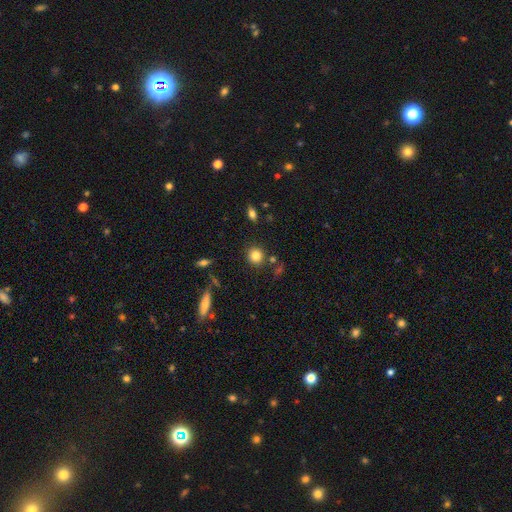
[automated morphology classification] A smooth galaxy with no disk features (83%) that is round (88%).

Vote fractions:
- Smooth or featured? smooth: 83% / star or artifact: 11% / featured or disk: 7%
- How rounded? round: 88% / in between: 11% / cigar-shaped: 1%
- Merging? none: 84% / minor disturbance: 8% / merger: 5% / major disturbance: 3%